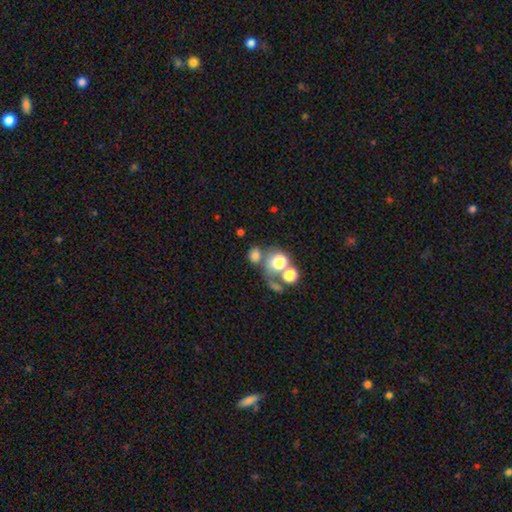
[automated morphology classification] Smooth or featured?
  - smooth: 70% *
  - star or artifact: 19%
  - featured or disk: 11%
How rounded?
  - round: 66% *
  - in between: 32%
  - cigar-shaped: 1%
Merging?
  - none: 46% *
  - merger: 33%
  - minor disturbance: 11%
  - major disturbance: 11%